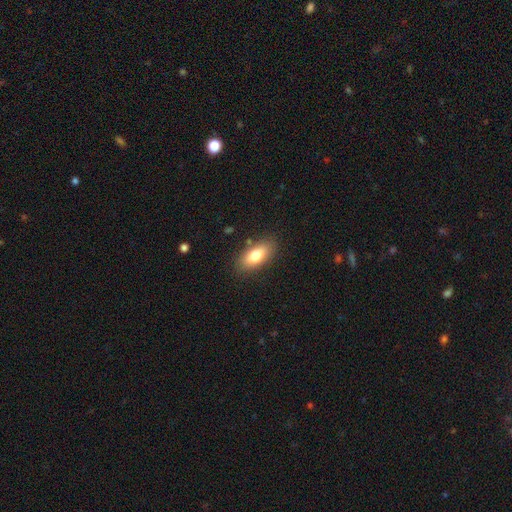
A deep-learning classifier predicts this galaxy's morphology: Overall: smooth (80%). How rounded: in between (85%). Merging: none (84%).